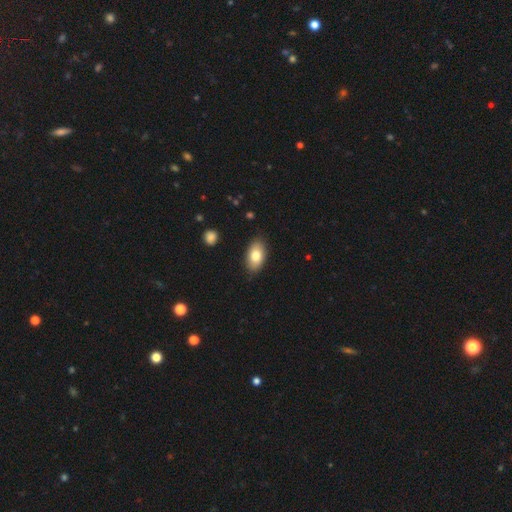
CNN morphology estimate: smooth_or_featured: smooth (p=0.79) [alt: featured or disk p=0.14]
how_rounded: in between (p=0.93) [alt: round p=0.05]
merging: none (p=0.86) [alt: minor disturbance p=0.10]